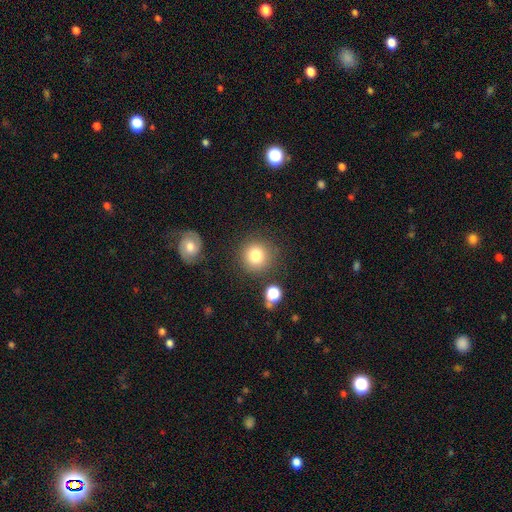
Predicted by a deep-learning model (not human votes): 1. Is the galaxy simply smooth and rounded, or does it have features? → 80% smooth, 11% star or artifact, 9% featured or disk.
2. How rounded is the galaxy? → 93% round, 6% in between, 1% cigar-shaped.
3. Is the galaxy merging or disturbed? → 83% none, 9% minor disturbance, 4% merger, 3% major disturbance.